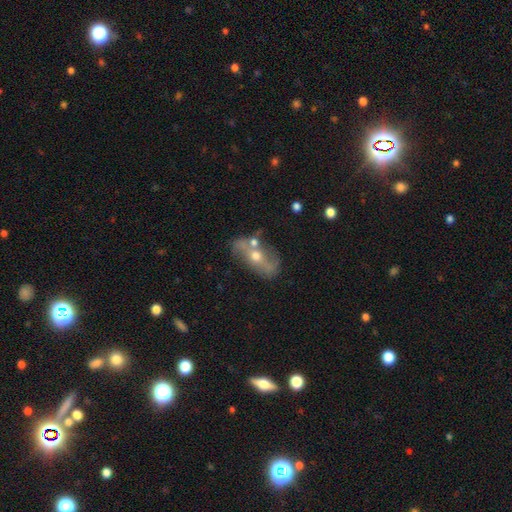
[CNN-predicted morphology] A featured or disk galaxy (66%) with no bar (60%), spiral arms (53%) and a moderate central bulge (65%).

Vote fractions:
- Smooth or featured? featured or disk: 66% / smooth: 24% / star or artifact: 10%
- Edge-on disk? no: 79% / yes: 21%
- Bar? no: 60% / weak: 22% / strong: 17%
- Spiral arms? yes: 53% / no: 47%
- Bulge size? moderate: 65% / small: 29% / large: 3% / none: 1% / dominant: 1%
- Merging? none: 58% / minor disturbance: 18% / merger: 17% / major disturbance: 8%